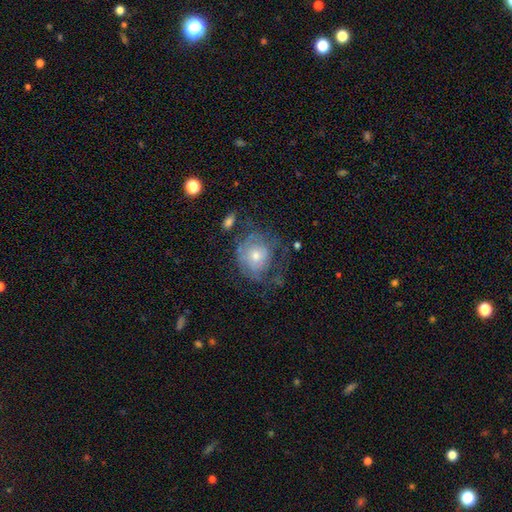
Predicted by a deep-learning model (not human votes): Smooth or featured: featured or disk — 59% (smooth — 32%)
Edge-on disk: no — 97% (yes — 3%)
Bar: no — 83% (weak — 15%)
Spiral arms: yes — 62% (no — 38%)
Bulge size: moderate — 49% (small — 44%)
Merging: none — 48% (major disturbance — 26%)